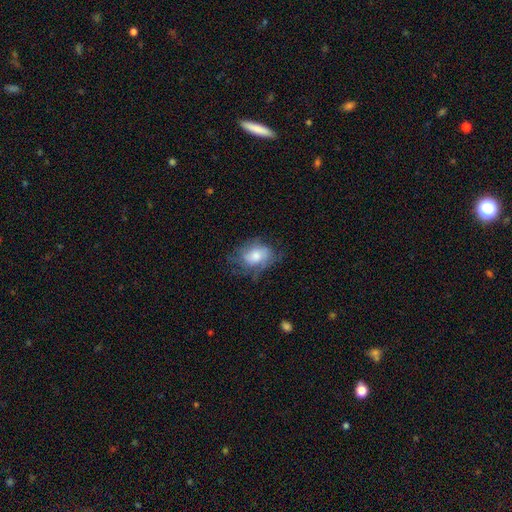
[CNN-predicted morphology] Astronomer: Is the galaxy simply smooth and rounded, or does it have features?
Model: smooth — 48% (runner-up: featured or disk, 43%).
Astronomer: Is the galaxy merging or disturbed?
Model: none — 53%.